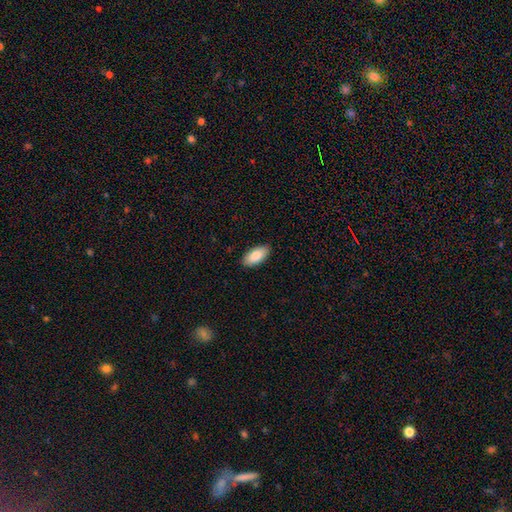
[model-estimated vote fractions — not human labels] This appears to be a smooth galaxy with no disk features (86%) that is in between round and cigar-shaped (92%). Merging: none (89%).